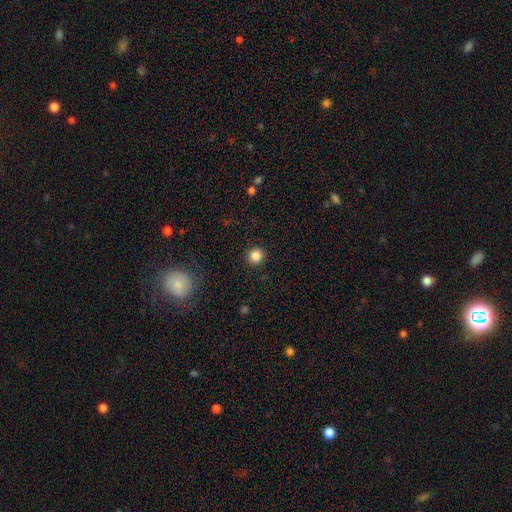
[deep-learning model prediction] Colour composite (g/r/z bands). It shows a smooth galaxy with no disk features (85%) that is round (94%). Merging: none (92%).